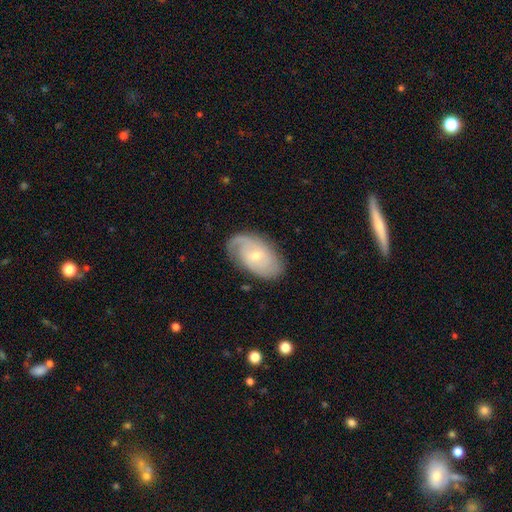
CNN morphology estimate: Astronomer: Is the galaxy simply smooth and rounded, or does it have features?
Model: featured or disk — 71%.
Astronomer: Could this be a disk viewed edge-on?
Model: no — 95%.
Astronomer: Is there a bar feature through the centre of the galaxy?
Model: no — 66%.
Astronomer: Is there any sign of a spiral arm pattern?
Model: yes — 90%.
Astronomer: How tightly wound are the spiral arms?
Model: tight — 43% (runner-up: medium, 38%).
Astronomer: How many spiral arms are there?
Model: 2 — 49%.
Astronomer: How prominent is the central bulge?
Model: small — 61%.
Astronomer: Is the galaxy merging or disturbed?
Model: none — 75%.